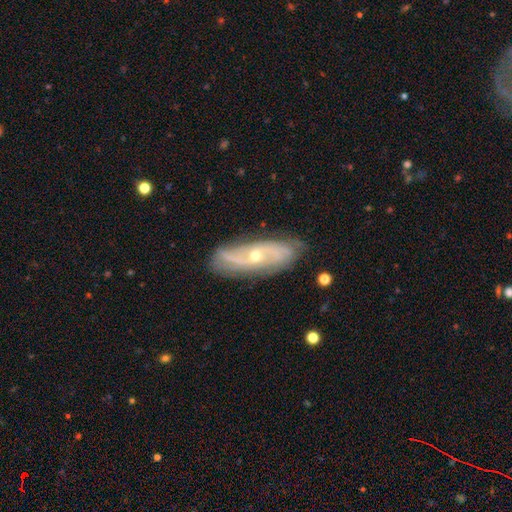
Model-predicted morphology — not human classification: featured or disk 81%, smooth 13%, star or artifact 6%. Down the decision tree: edge-on disk — no (87%); bar — no (63%); spiral arms — yes (92%); spiral arm count — 2 (59%); spiral winding — medium (40%); bulge size — small (58%); merging — none (74%).